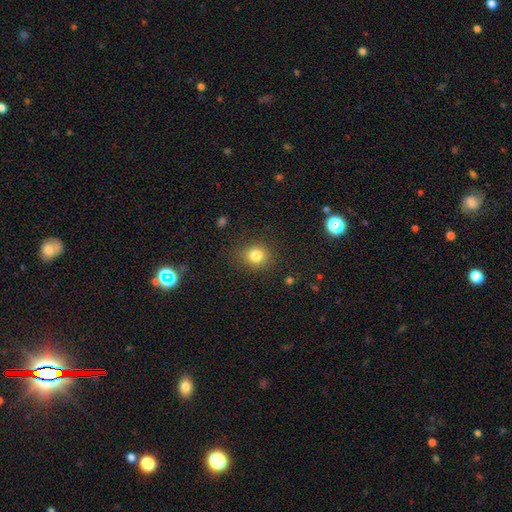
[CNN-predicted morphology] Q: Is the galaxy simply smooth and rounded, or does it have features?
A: smooth — 82%.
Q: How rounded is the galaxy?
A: round — 78%.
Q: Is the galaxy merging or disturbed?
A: none — 83%.